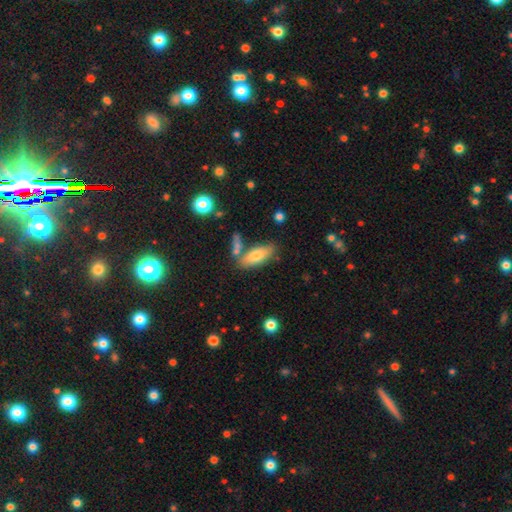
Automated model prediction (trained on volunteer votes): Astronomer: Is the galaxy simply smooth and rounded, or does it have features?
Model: smooth — 73%.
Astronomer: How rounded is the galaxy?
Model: in between — 72%.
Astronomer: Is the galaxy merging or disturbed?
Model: none — 66%.